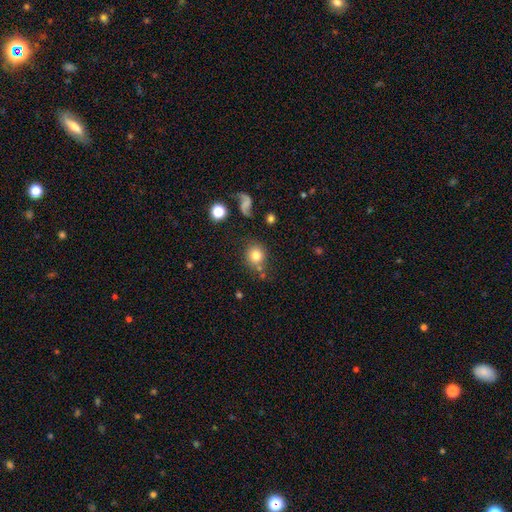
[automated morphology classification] Overall: smooth (79%). How rounded: round (85%). Merging: none (73%).